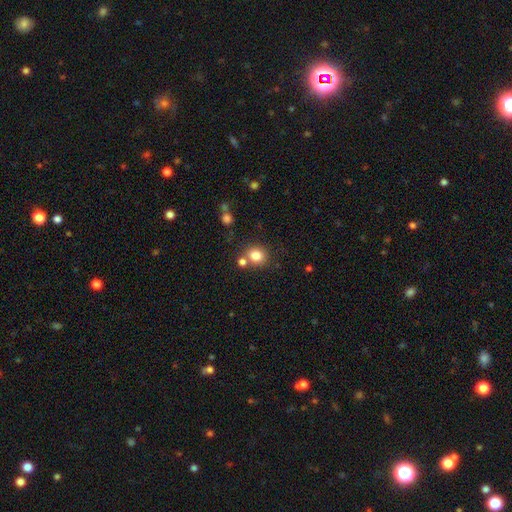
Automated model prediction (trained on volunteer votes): This appears to be a smooth galaxy with no disk features (82%) that is round (78%). Merging: none (71%).